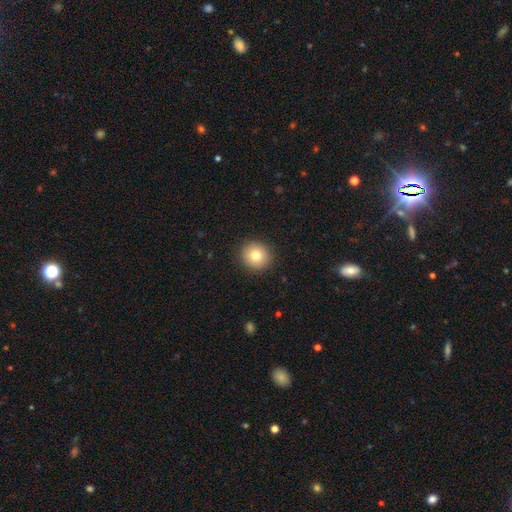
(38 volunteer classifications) Volunteers were most divided on "smooth or featured": smooth: 92%, star or artifact: 5%, featured or disk: 3%. More confident: how rounded — round (97%); merging — none (94%).